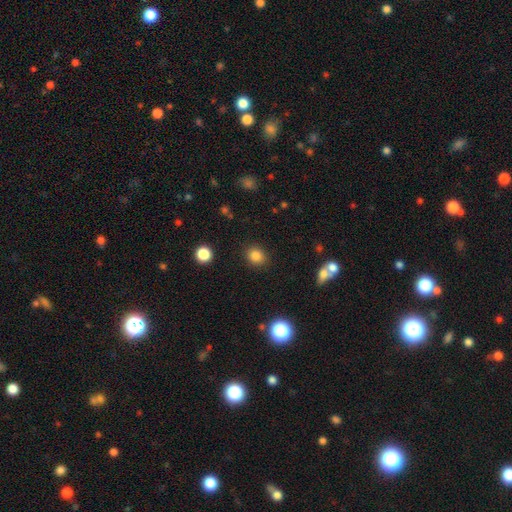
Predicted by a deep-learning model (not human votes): Smooth or featured? Predicted: smooth (p=0.84). How rounded? Predicted: round (p=0.76). Merging? Predicted: none (p=0.89).